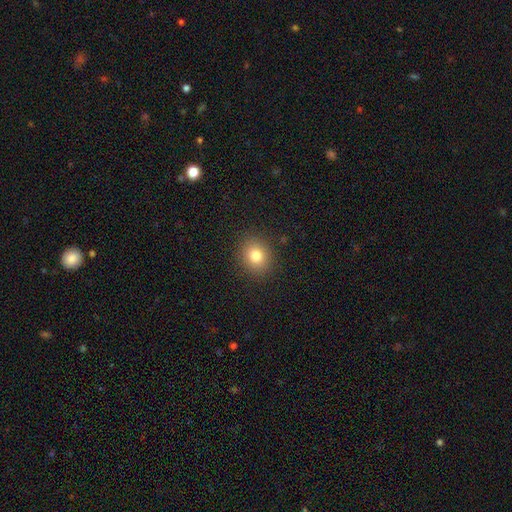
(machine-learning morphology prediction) smooth_or_featured: smooth (p=0.81) [alt: star or artifact p=0.12]
how_rounded: round (p=0.76) [alt: in between p=0.23]
merging: none (p=0.90) [alt: minor disturbance p=0.07]